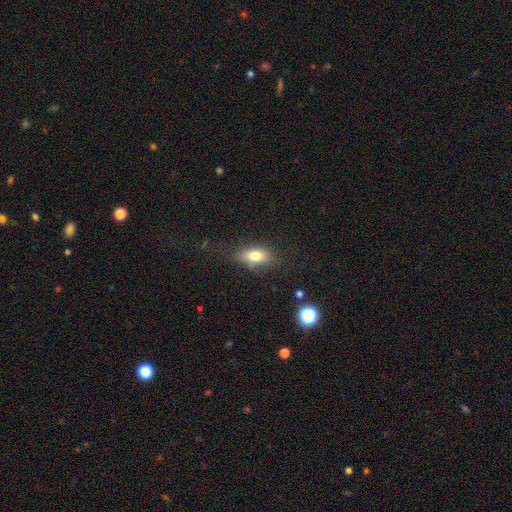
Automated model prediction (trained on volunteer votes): This is likely a smooth galaxy (79%). How rounded: clearly in between (84%). Merging: likely none (73%).